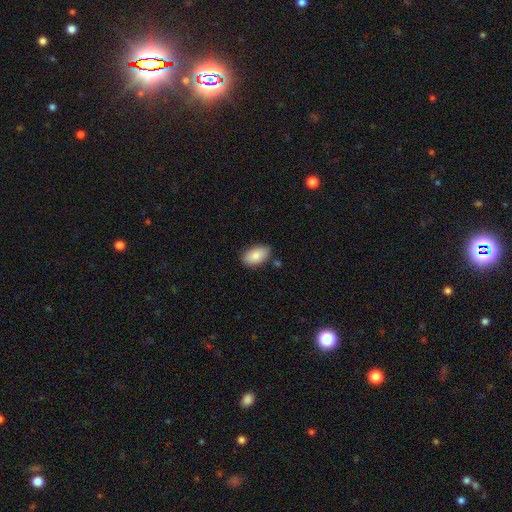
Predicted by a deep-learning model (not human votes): Smooth or featured: smooth — 83% (featured or disk — 10%)
How rounded: in between — 94% (round — 5%)
Merging: none — 79% (minor disturbance — 15%)